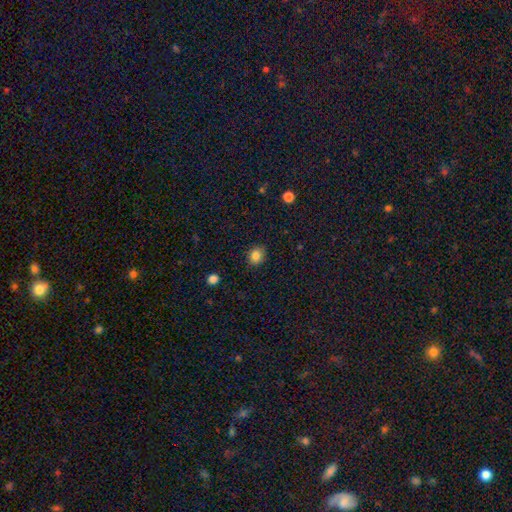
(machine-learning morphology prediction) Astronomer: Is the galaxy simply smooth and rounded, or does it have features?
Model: smooth — 84%.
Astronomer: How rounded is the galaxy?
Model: round — 66%.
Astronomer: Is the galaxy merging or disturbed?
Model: none — 86%.